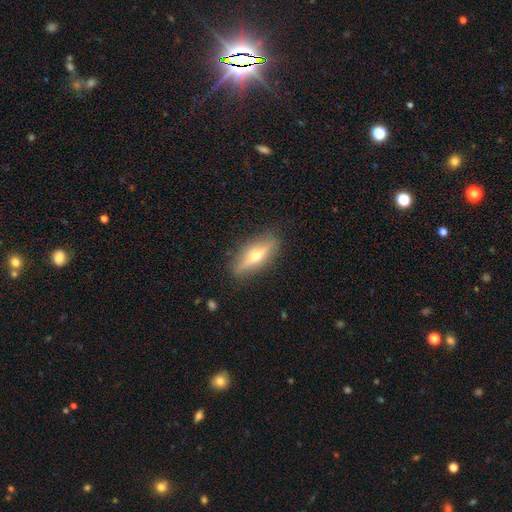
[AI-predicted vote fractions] Smooth or featured? featured or disk (65%)
Edge-on disk? yes (89%)
Edge-on bulge? rounded (94%)
Merging? none (86%)